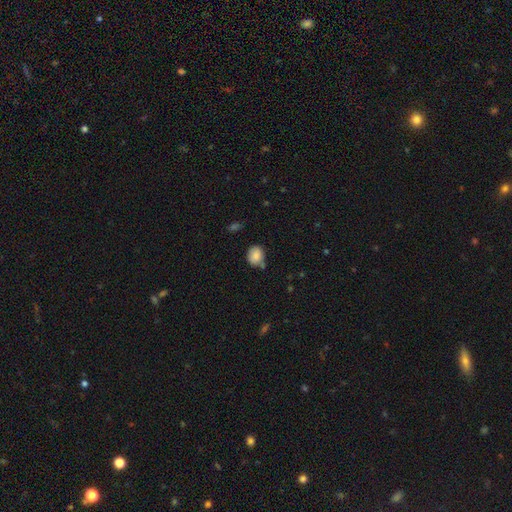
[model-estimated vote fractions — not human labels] Smooth or featured: smooth — 85% (star or artifact — 8%)
How rounded: round — 54% (in between — 45%)
Merging: none — 64% (minor disturbance — 23%)